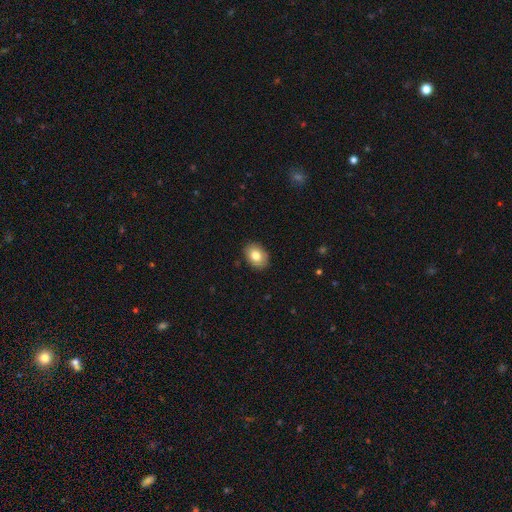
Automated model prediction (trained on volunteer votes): Morphology: type=smooth (81%); roundness=in between (74%); merging=none (88%).